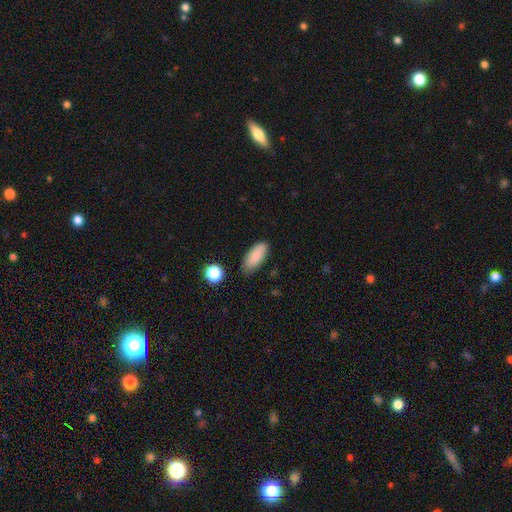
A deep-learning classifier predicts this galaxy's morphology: Smooth or featured: smooth — 85% (featured or disk — 7%)
How rounded: in between — 82% (cigar-shaped — 15%)
Merging: none — 82% (minor disturbance — 13%)